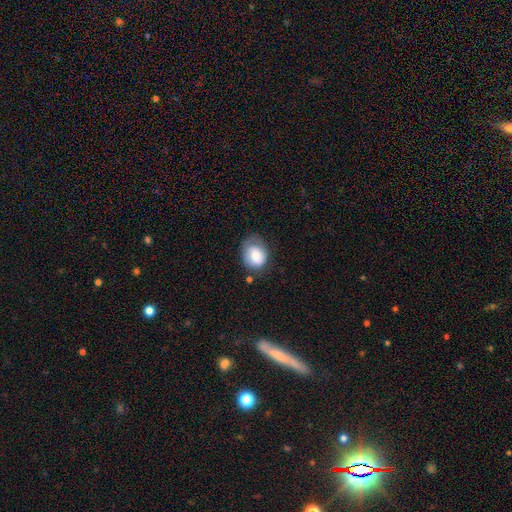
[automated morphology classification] type=smooth (77%); roundness=round (51%); merging=none (47%).